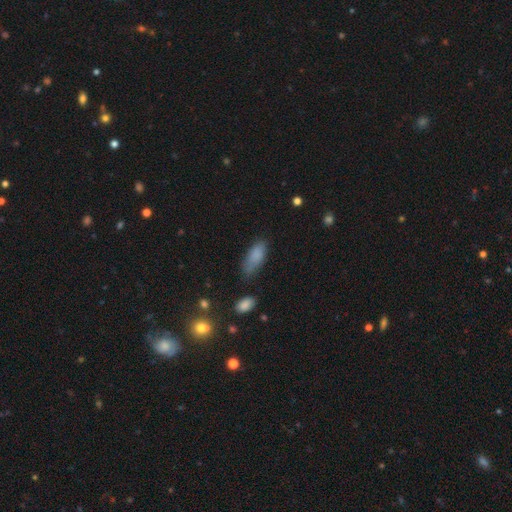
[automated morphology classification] A smooth galaxy with no disk features (84%) that is in between round and cigar-shaped (79%). Merging: none (61%).